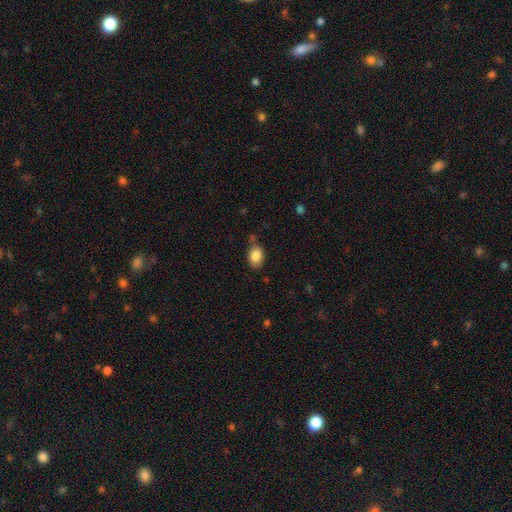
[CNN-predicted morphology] A smooth galaxy with no disk features (85%) that is in between round and cigar-shaped (80%).

Vote fractions:
- Smooth or featured? smooth: 85% / star or artifact: 8% / featured or disk: 7%
- How rounded? in between: 80% / round: 19% / cigar-shaped: 1%
- Merging? none: 69% / minor disturbance: 21% / merger: 5% / major disturbance: 5%